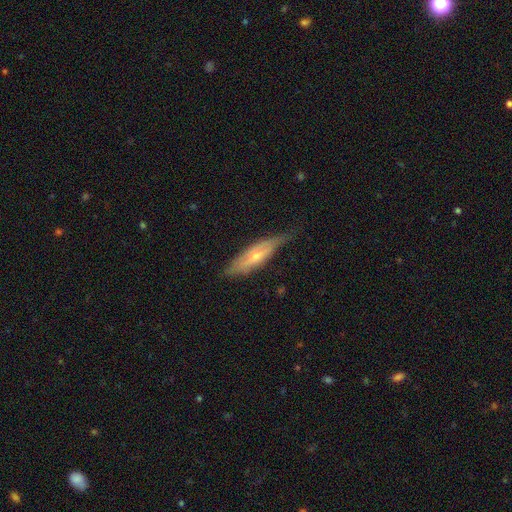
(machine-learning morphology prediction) Smooth or featured: featured or disk — 58% (smooth — 35%)
Edge-on disk: yes — 72% (no — 28%)
Merging: none — 65% (minor disturbance — 27%)